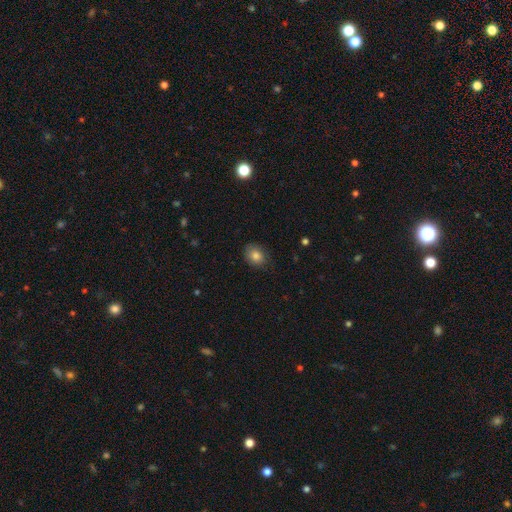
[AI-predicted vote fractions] Smooth or featured: smooth — 83% (star or artifact — 9%)
How rounded: in between — 50% (round — 49%)
Merging: none — 79% (minor disturbance — 17%)